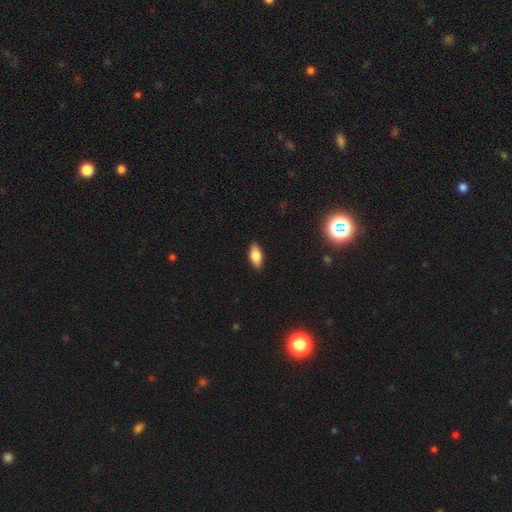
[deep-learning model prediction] Smooth or featured? smooth (79%)
How rounded? in between (88%)
Merging? none (89%)